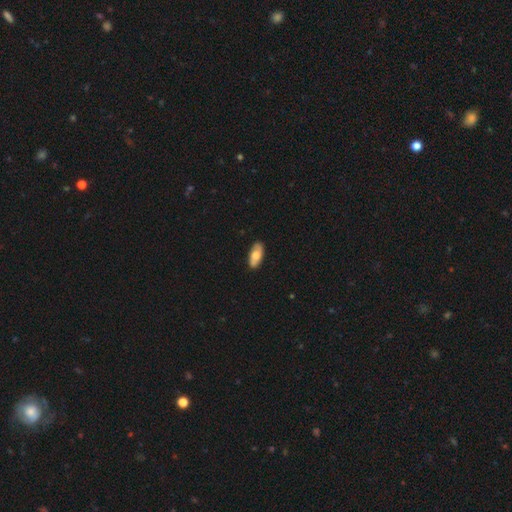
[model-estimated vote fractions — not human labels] smooth_or_featured: smooth (p=0.65) [alt: featured or disk p=0.29]
how_rounded: in between (p=0.85) [alt: cigar-shaped p=0.12]
merging: none (p=0.83) [alt: minor disturbance p=0.13]